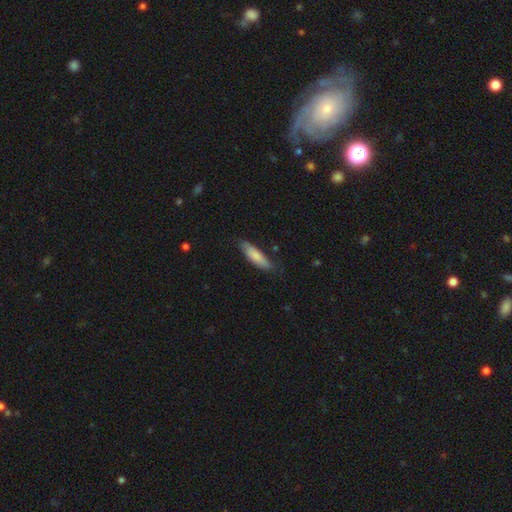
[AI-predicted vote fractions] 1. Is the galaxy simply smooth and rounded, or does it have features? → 80% smooth, 15% featured or disk, 5% star or artifact.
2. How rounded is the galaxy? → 60% cigar-shaped, 38% in between, 2% round.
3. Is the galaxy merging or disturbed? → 77% none, 19% minor disturbance, 3% major disturbance, 2% merger.